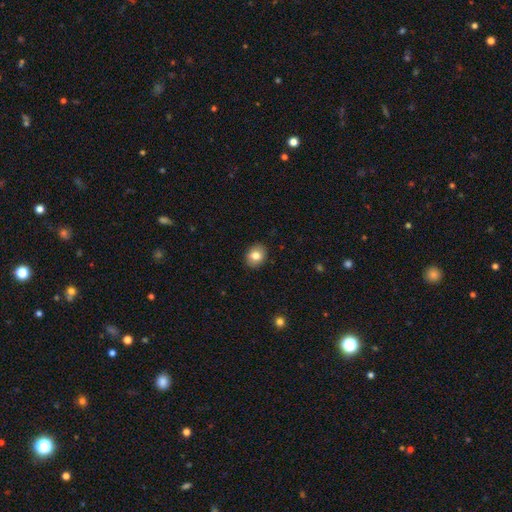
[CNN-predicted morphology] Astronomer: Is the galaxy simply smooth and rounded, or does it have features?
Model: smooth — 81%.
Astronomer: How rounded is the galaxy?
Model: in between — 52% (runner-up: round, 47%).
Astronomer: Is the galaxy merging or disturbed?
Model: none — 88%.